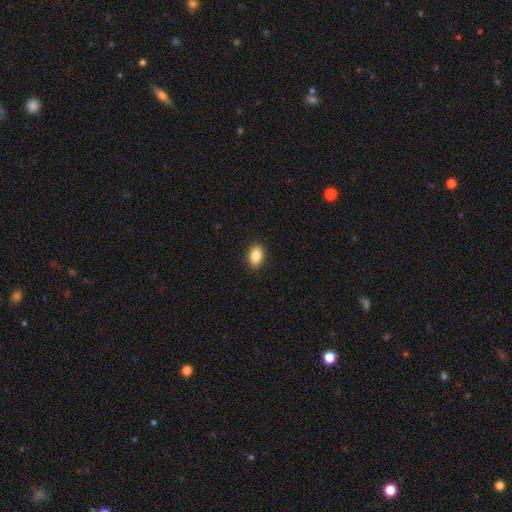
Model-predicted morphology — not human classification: smooth 85%, star or artifact 8%, featured or disk 7%. Down the decision tree: how rounded — in between (86%); merging — none (90%).